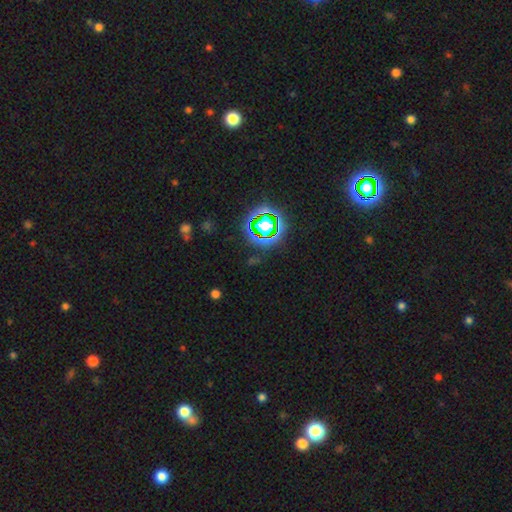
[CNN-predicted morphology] Smooth or featured?
  - star or artifact: 78% *
  - smooth: 14%
  - featured or disk: 8%